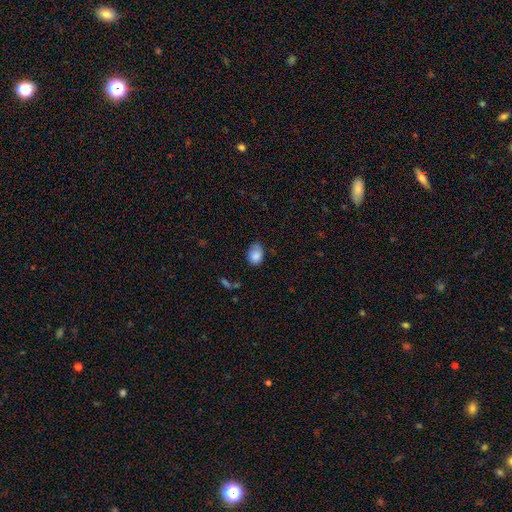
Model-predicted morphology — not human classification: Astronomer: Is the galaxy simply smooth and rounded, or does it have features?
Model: smooth — 85%.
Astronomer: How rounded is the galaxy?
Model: in between — 69%.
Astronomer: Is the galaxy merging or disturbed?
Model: none — 50% (runner-up: minor disturbance, 37%).